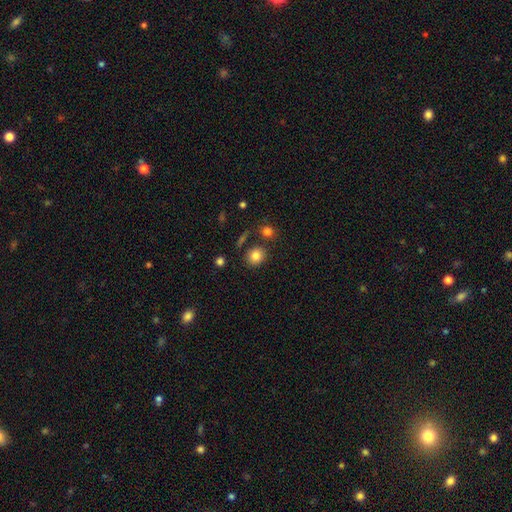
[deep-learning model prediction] Smooth or featured: smooth — 83% (star or artifact — 10%)
How rounded: round — 74% (in between — 25%)
Merging: none — 78% (minor disturbance — 10%)